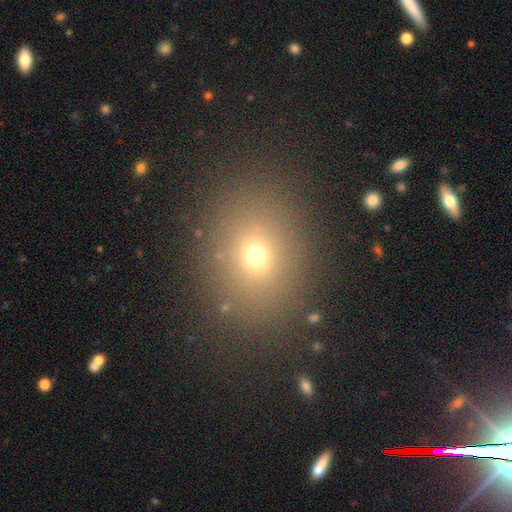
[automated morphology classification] smooth_or_featured: smooth (p=0.68) [alt: star or artifact p=0.21]
how_rounded: round (p=0.55) [alt: in between p=0.44]
merging: none (p=0.85) [alt: minor disturbance p=0.08]